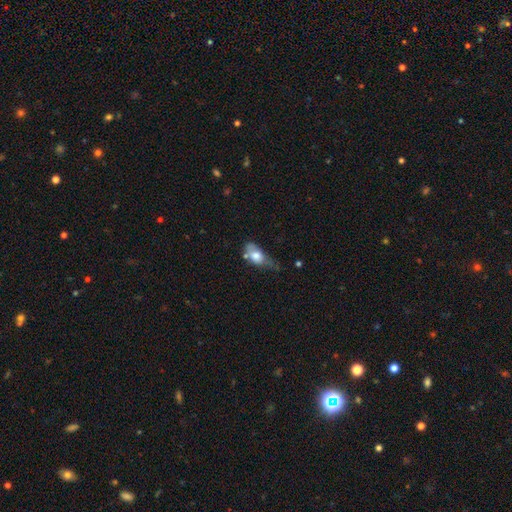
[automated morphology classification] The model was most divided on "merging": minor disturbance: 33%, none: 25%, major disturbance: 25%, merger: 17%. More confident: how rounded — in between (79%); smooth or featured — smooth (66%).